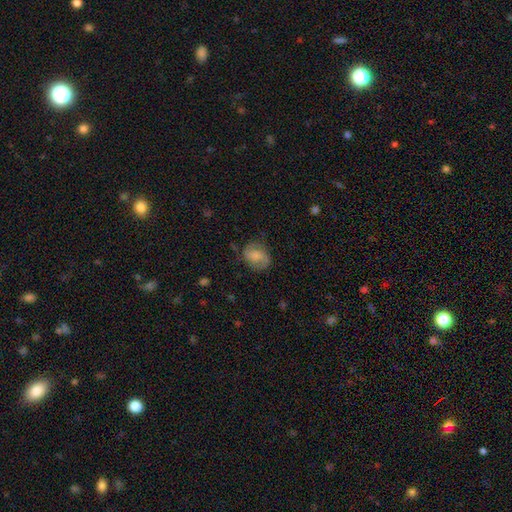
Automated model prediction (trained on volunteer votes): A smooth galaxy with no disk features (55%) that is in between round and cigar-shaped (55%).

Vote fractions:
- Smooth or featured? smooth: 55% / featured or disk: 37% / star or artifact: 8%
- How rounded? in between: 55% / round: 43% / cigar-shaped: 1%
- Merging? none: 65% / minor disturbance: 23% / major disturbance: 10% / merger: 1%